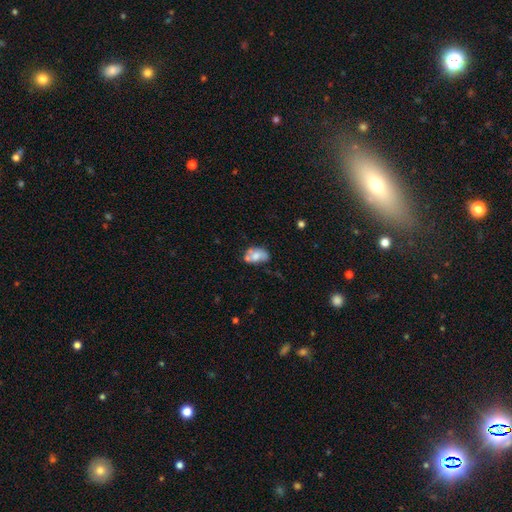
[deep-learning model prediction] Overall: smooth (55%; featured or disk 37%). How rounded: in between (85%). Merging: none (37%; merger 28%).